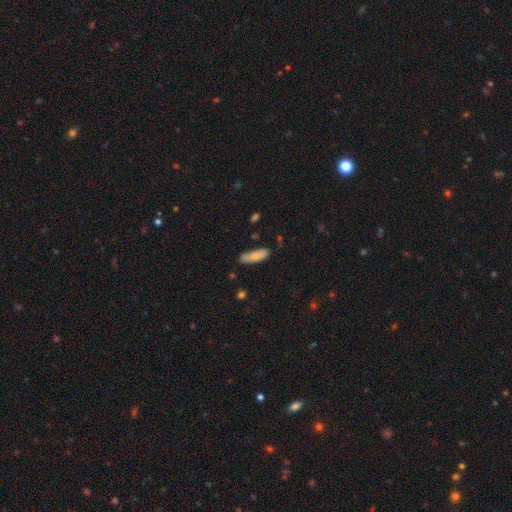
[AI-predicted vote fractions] Smooth or featured? Predicted: smooth (p=0.75). How rounded? Predicted: in between (p=0.57). Merging? Predicted: none (p=0.73).